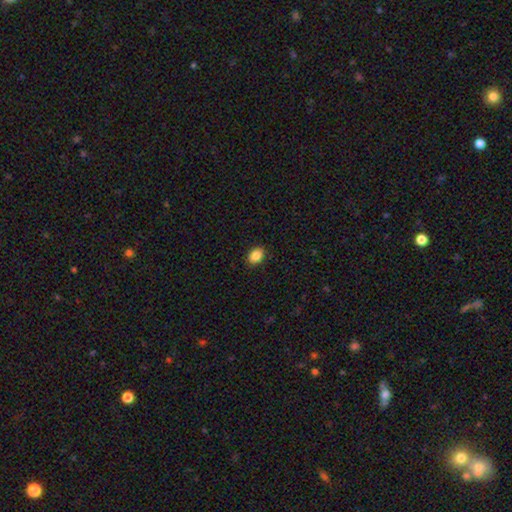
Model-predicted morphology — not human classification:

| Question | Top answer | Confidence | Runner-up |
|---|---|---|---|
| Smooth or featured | smooth | 86% | star or artifact (9%) |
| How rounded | in between | 65% | round (35%) |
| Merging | none | 90% | minor disturbance (8%) |